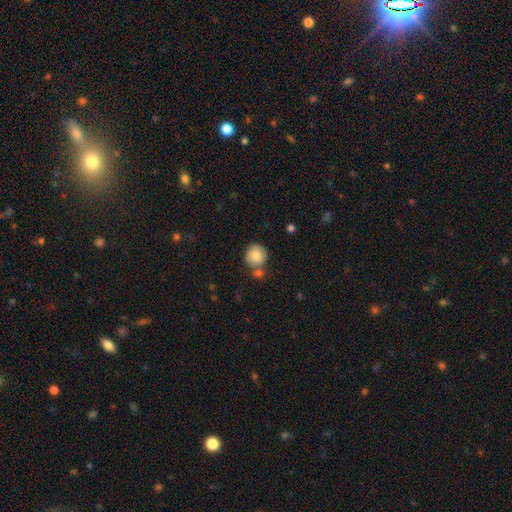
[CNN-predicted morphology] smooth_or_featured: smooth (p=0.80) [alt: featured or disk p=0.13]
how_rounded: round (p=0.88) [alt: in between p=0.11]
merging: none (p=0.61) [alt: merger p=0.18]